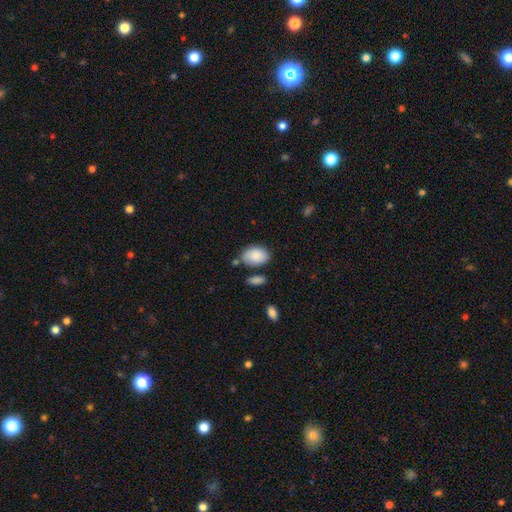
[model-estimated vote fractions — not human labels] A smooth galaxy with no disk features (86%) that is in between round and cigar-shaped (87%). Merging: none (68%).